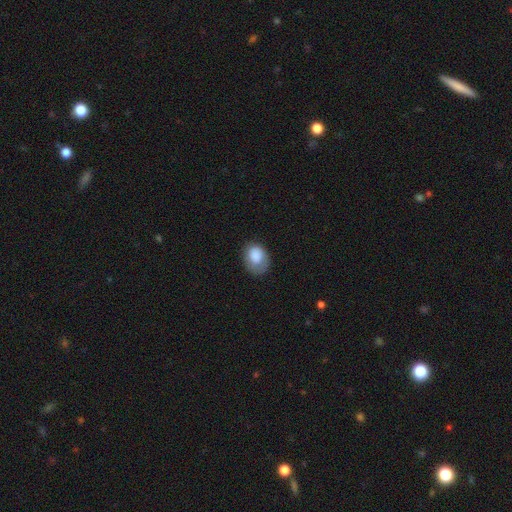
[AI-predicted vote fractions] The model was most divided on "how rounded": in between: 63%, round: 36%, cigar-shaped: 1%. More confident: smooth or featured — smooth (82%); merging — none (56%).